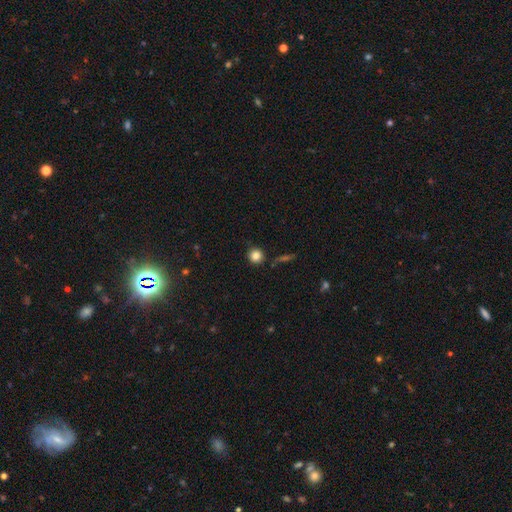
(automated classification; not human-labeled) Smooth or featured: smooth — 83% (star or artifact — 11%)
How rounded: round — 93% (in between — 5%)
Merging: none — 85% (minor disturbance — 9%)